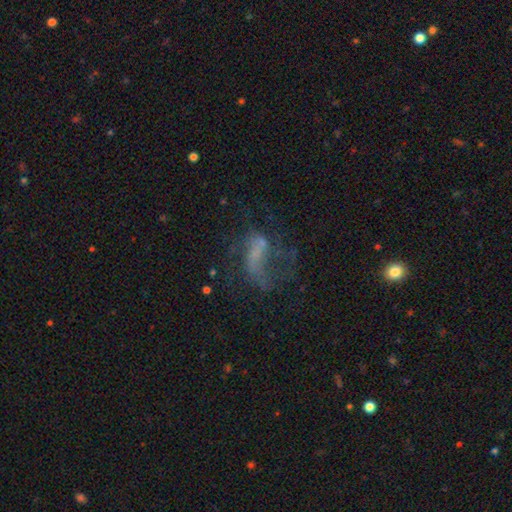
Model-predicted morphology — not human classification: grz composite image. It shows a featured or disk galaxy (58%) with no bar (57%), spiral arms (51%) and no central bulge (66%). Merging: major disturbance (44%).